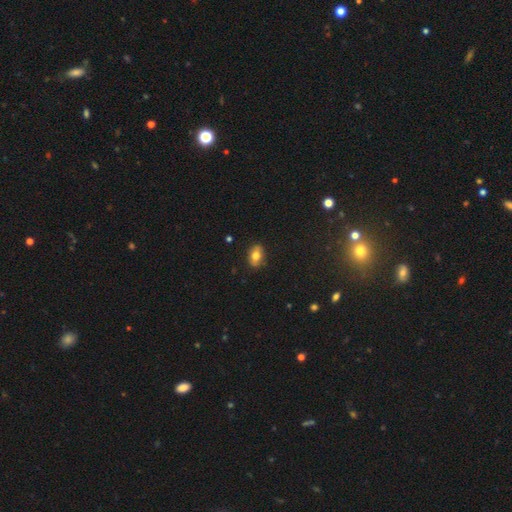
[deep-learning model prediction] A smooth galaxy with no disk features (70%) that is in between round and cigar-shaped (83%). Merging: none (84%).